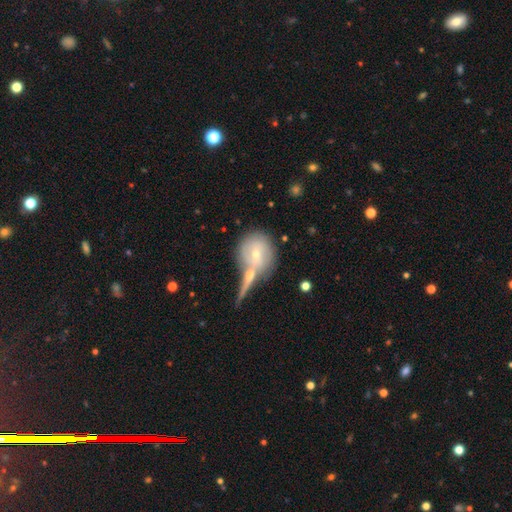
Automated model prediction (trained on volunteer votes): Smooth or featured?
  - featured or disk: 48% *
  - smooth: 43%
  - star or artifact: 9%
Merging?
  - none: 45% *
  - merger: 38%
  - minor disturbance: 12%
  - major disturbance: 5%